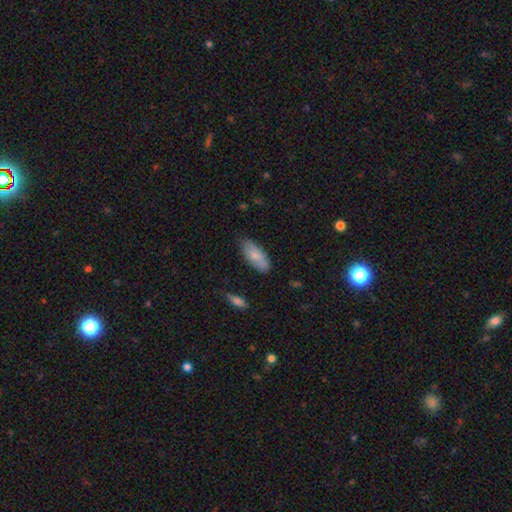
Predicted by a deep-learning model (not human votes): This appears to be a smooth galaxy with no disk features (80%) that is in between round and cigar-shaped (85%). Merging: none (75%).